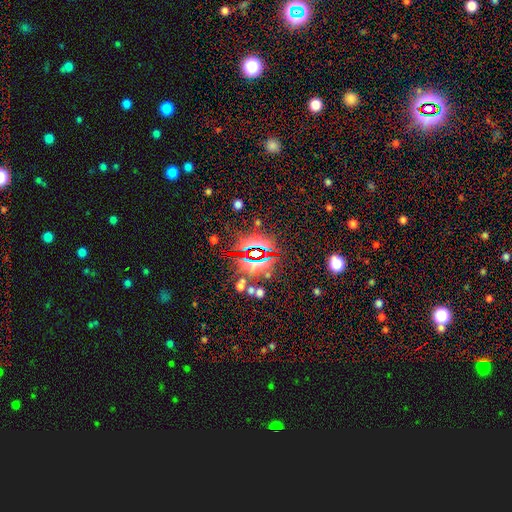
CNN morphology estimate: Smooth or featured? Predicted: star or artifact (p=0.76).